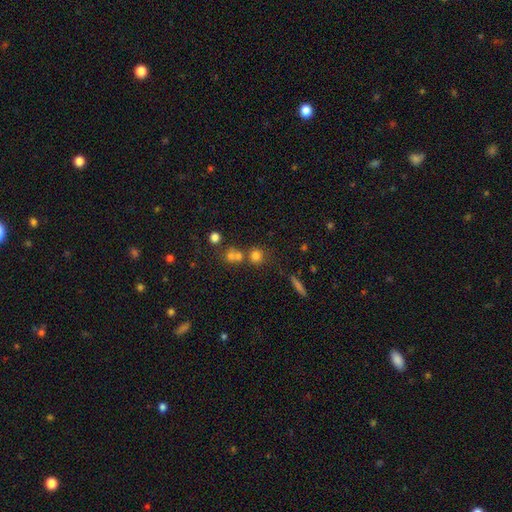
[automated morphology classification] Smooth or featured: smooth — 72% (star or artifact — 16%)
How rounded: round — 87% (in between — 11%)
Merging: none — 55% (merger — 32%)